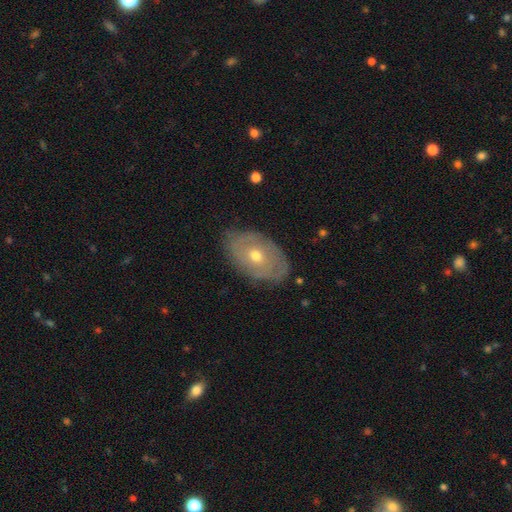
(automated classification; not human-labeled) smooth-or-featured: featured or disk: 56% | smooth: 37% | star or artifact: 7%
  disk-edge-on: no: 90% | yes: 10%
    bar: no: 84% | weak: 13% | strong: 3%
    has-spiral-arms: no: 61% | yes: 39%
    bulge-size: moderate: 57% | small: 40% | large: 2% | none: 1% | dominant: 1%
  merging: none: 77% | minor disturbance: 18% | major disturbance: 4% | merger: 1%